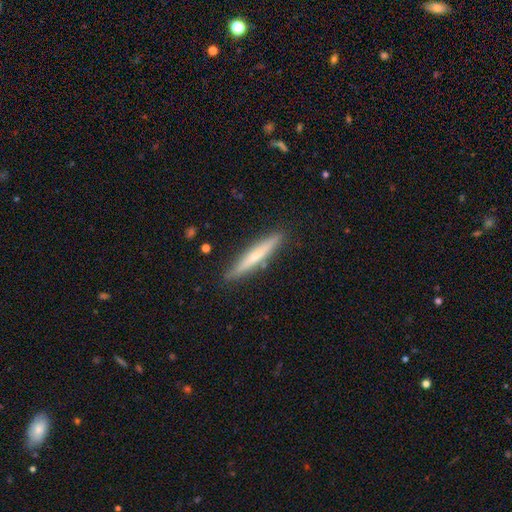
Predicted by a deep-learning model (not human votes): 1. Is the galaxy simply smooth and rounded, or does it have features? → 50% smooth, 44% featured or disk, 6% star or artifact.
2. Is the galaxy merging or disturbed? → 89% none, 8% minor disturbance, 2% merger, 2% major disturbance.